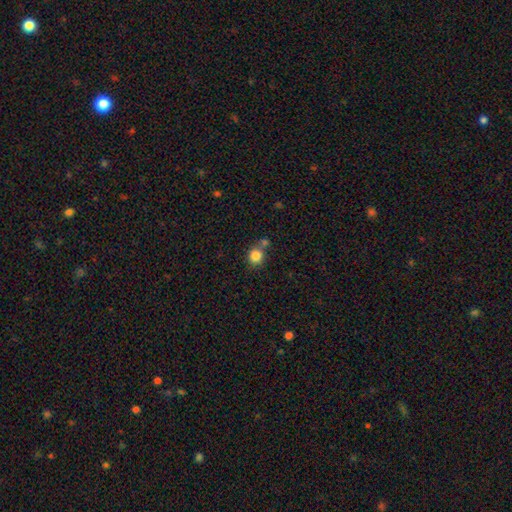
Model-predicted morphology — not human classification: A smooth galaxy with no disk features (84%) that is round (83%).

Vote fractions:
- Smooth or featured? smooth: 84% / star or artifact: 10% / featured or disk: 6%
- How rounded? round: 83% / in between: 16% / cigar-shaped: 1%
- Merging? none: 61% / merger: 24% / minor disturbance: 11% / major disturbance: 3%